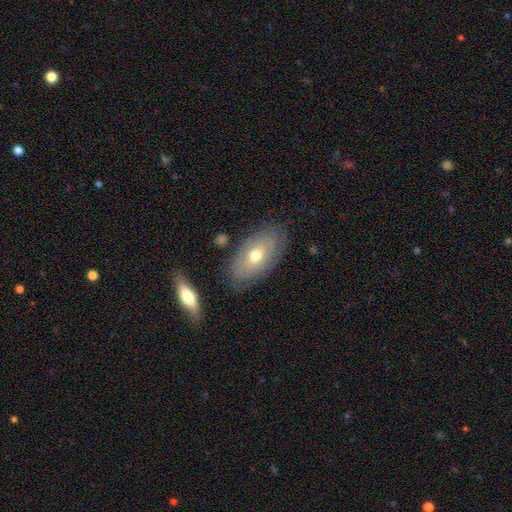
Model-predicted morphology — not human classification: type=smooth (49%); merging=none (76%).